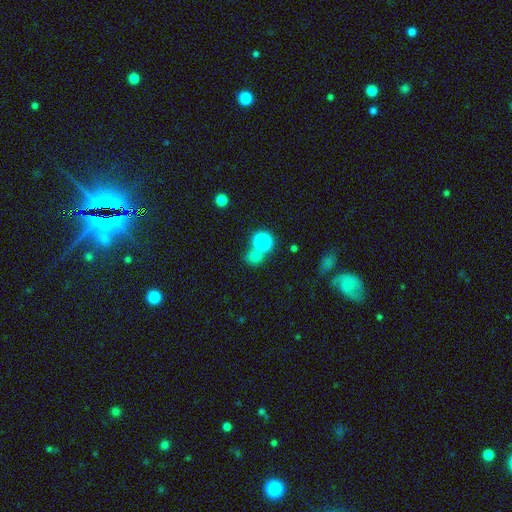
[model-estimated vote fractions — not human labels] Smooth or featured? smooth (69%)
How rounded? round (80%)
Merging? none (56%)